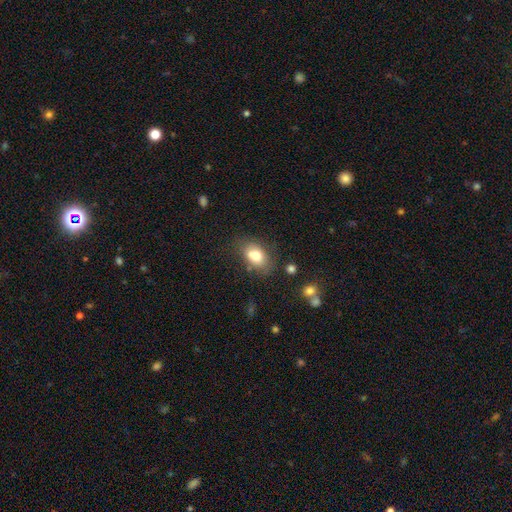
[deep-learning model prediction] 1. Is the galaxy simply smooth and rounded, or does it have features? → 77% smooth, 14% featured or disk, 8% star or artifact.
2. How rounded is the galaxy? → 86% in between, 12% round, 2% cigar-shaped.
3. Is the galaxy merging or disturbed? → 69% none, 20% minor disturbance, 6% major disturbance, 5% merger.